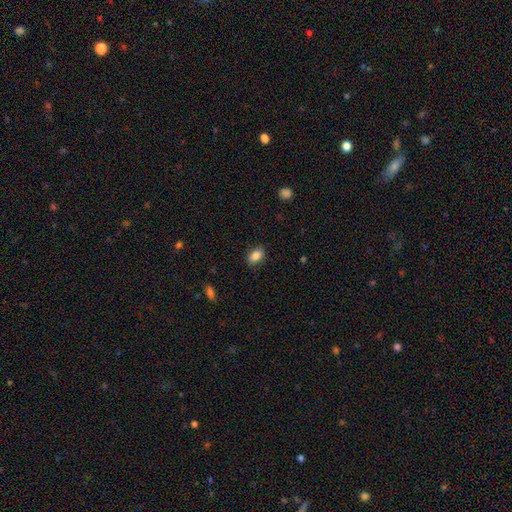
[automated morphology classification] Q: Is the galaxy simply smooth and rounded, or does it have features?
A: smooth — 86%.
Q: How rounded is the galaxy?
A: in between — 84%.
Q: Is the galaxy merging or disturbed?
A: none — 86%.